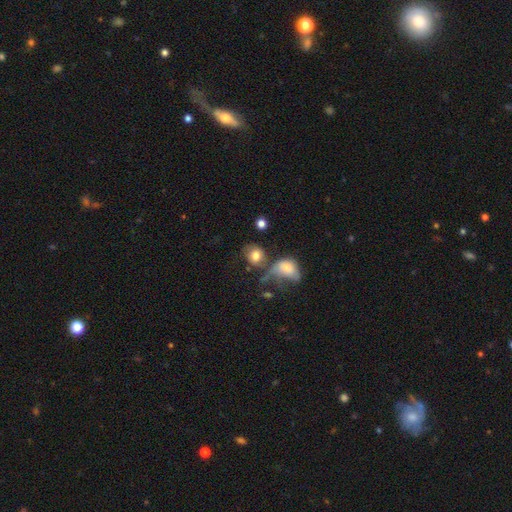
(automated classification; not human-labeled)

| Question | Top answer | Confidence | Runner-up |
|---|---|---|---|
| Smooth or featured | smooth | 76% | featured or disk (15%) |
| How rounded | round | 65% | in between (34%) |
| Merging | none | 36% | merger (29%) |